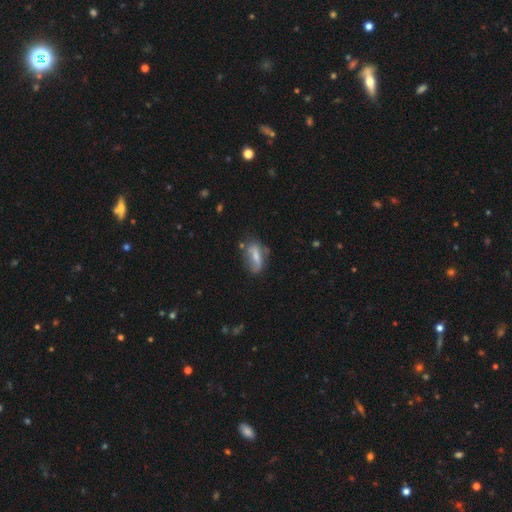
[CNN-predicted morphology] Q: Smooth or featured?
A: smooth (55%); runner-up: featured or disk (37%)
Q: How rounded?
A: in between (76%); runner-up: cigar-shaped (19%)
Q: Merging?
A: none (54%); runner-up: minor disturbance (28%)